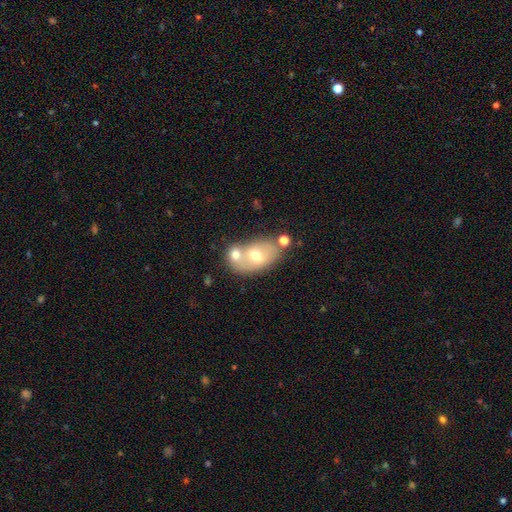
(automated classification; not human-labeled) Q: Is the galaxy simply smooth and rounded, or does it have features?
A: smooth — 57%.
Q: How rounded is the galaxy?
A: in between — 81%.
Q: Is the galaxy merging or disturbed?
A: merger — 44%.